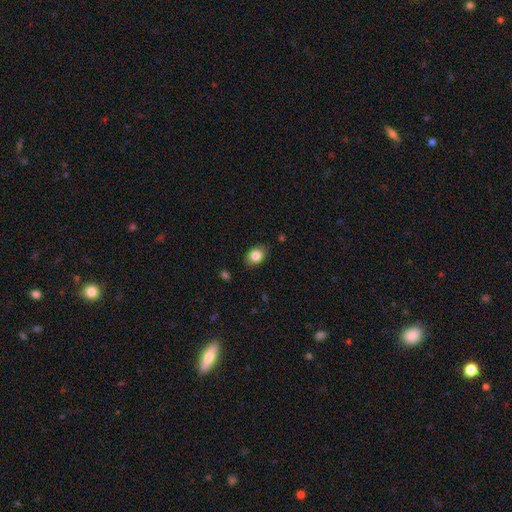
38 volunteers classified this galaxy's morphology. A smooth galaxy with no disk features (84%) that is round (56%). Merging: none (78%).